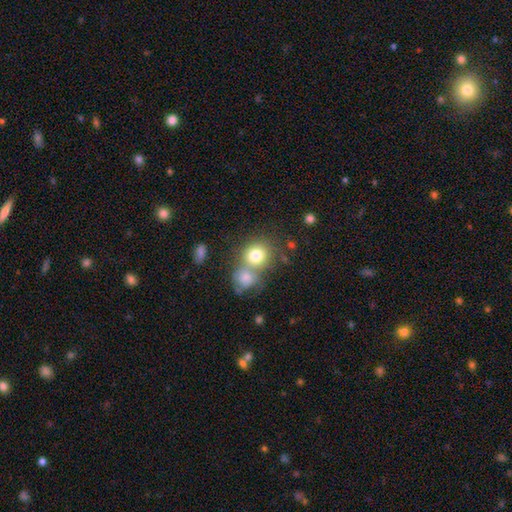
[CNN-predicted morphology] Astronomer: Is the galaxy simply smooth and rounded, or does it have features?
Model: smooth — 78%.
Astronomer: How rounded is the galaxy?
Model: round — 81%.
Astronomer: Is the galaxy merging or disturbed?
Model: merger — 48% (runner-up: none, 39%).